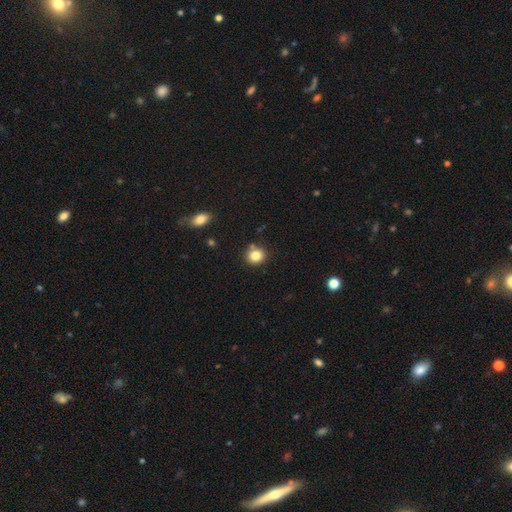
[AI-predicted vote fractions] Smooth or featured? smooth (83%)
How rounded? round (80%)
Merging? none (80%)